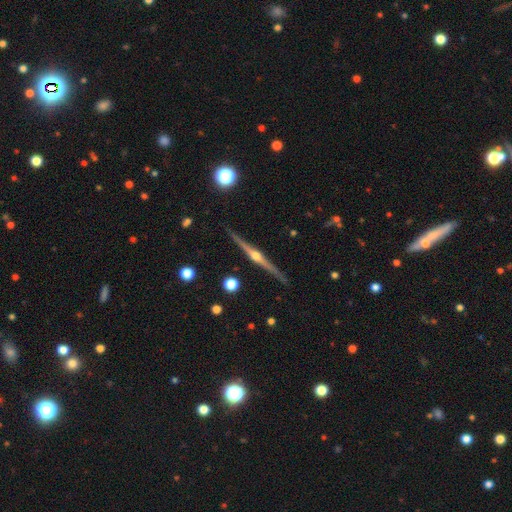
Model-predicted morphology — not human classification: smooth_or_featured: featured or disk (p=0.86) [alt: smooth p=0.08]
disk_edge_on: yes (p=0.99) [alt: no p=0.01]
edge_on_bulge: rounded (p=0.94) [alt: boxy p=0.03]
merging: none (p=0.90) [alt: minor disturbance p=0.07]